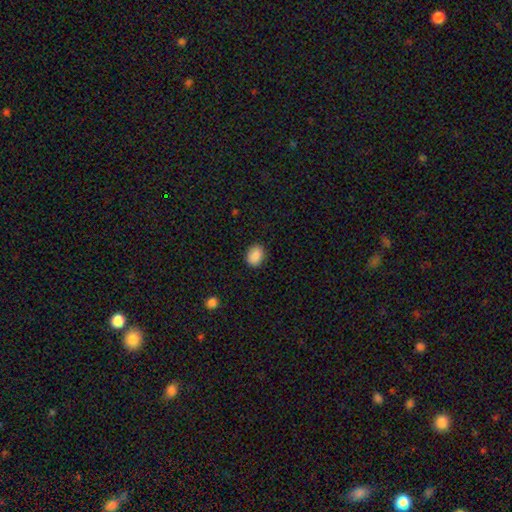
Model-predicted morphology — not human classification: Smooth or featured? smooth (89%)
How rounded? in between (65%)
Merging? none (87%)